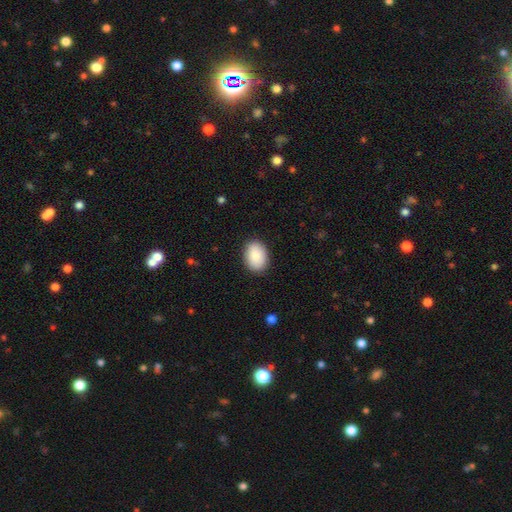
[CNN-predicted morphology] Smooth or featured? smooth (87%)
How rounded? in between (79%)
Merging? none (88%)